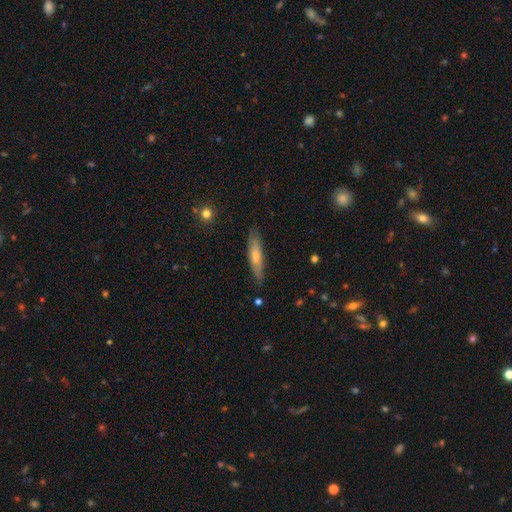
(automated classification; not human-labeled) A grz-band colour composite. It shows a smooth galaxy with no disk features (56%) that is cigar-shaped (80%). Merging: none (83%).